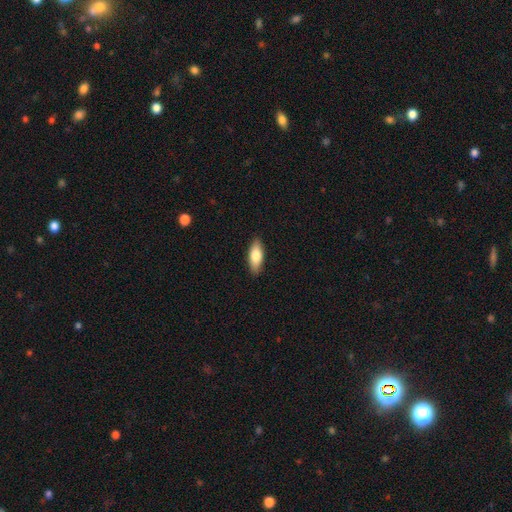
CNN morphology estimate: smooth 80%, featured or disk 15%, star or artifact 6%. Down the decision tree: how rounded — in between (77%); merging — none (89%).